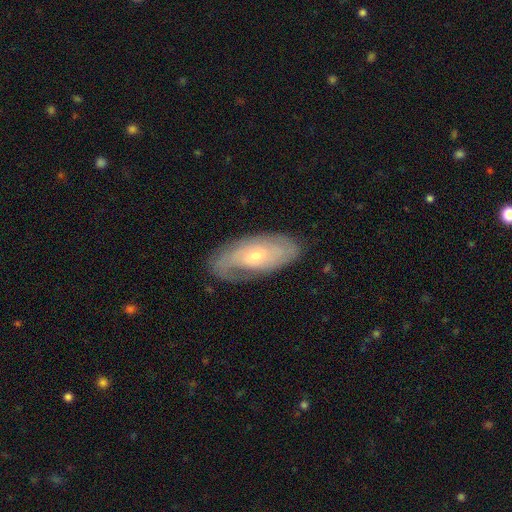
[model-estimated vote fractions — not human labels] Overall: featured or disk (66%; smooth 28%). Edge-on disk: no (89%). Bar: no (69%). Spiral arms: yes (79%). Bulge size: small (57%; moderate 39%). Merging: none (72%).